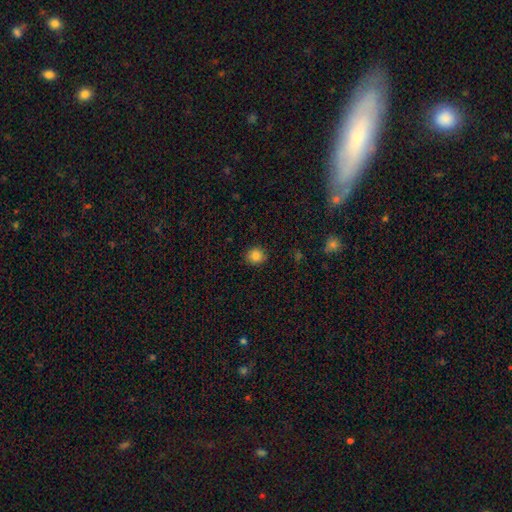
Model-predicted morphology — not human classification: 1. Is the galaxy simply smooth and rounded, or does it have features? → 83% smooth, 11% star or artifact, 6% featured or disk.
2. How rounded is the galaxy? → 84% round, 15% in between, 1% cigar-shaped.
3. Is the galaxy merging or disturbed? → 89% none, 8% minor disturbance, 2% major disturbance, 1% merger.